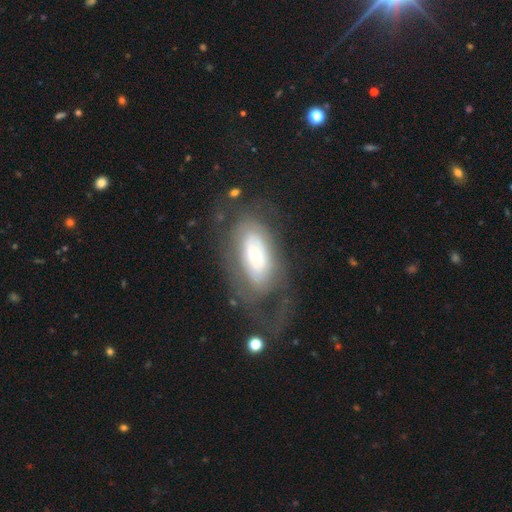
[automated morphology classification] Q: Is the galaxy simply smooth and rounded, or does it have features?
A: featured or disk — 59%.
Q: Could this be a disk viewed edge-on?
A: no — 90%.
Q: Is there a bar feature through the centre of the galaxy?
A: no — 81%.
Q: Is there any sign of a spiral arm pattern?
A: no — 50%, tied with yes.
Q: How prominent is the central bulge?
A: small — 59%.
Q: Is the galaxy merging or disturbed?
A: none — 50%.